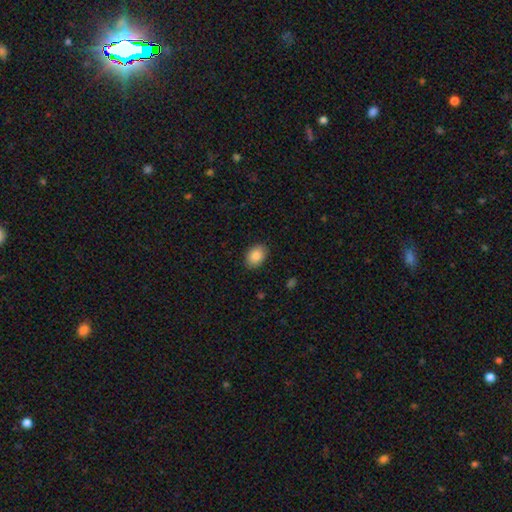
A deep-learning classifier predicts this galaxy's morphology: A smooth galaxy with no disk features (87%) that is in between round and cigar-shaped (75%).

Vote fractions:
- Smooth or featured? smooth: 87% / star or artifact: 7% / featured or disk: 5%
- How rounded? in between: 75% / round: 24% / cigar-shaped: 1%
- Merging? none: 87% / minor disturbance: 9% / major disturbance: 2% / merger: 1%